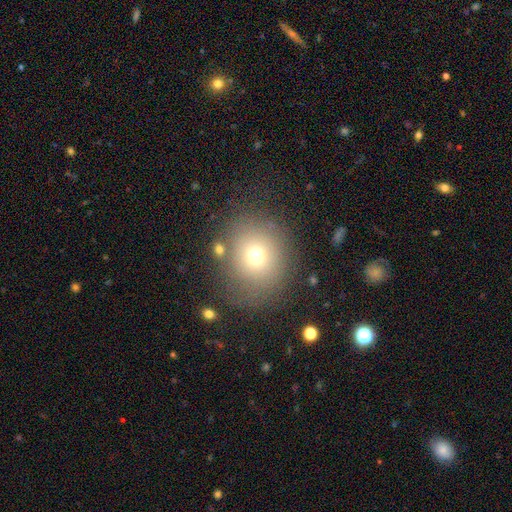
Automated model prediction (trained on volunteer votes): Smooth or featured: smooth — 70% (star or artifact — 16%)
How rounded: round — 83% (in between — 16%)
Merging: none — 74% (minor disturbance — 13%)